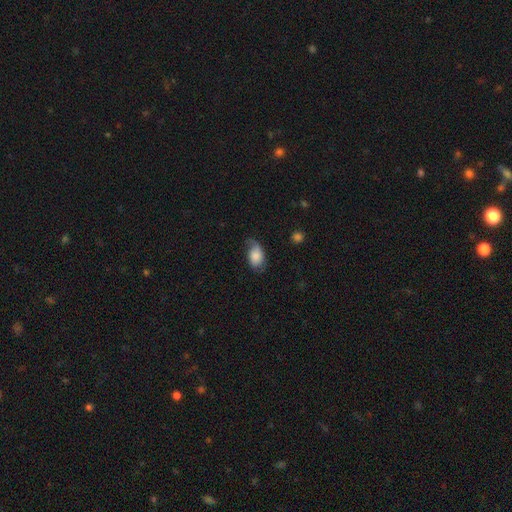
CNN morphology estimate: A smooth galaxy with no disk features (72%) that is in between round and cigar-shaped (89%).

Vote fractions:
- Smooth or featured? smooth: 72% / featured or disk: 21% / star or artifact: 7%
- How rounded? in between: 89% / round: 9% / cigar-shaped: 2%
- Merging? none: 43% / minor disturbance: 36% / major disturbance: 19% / merger: 2%